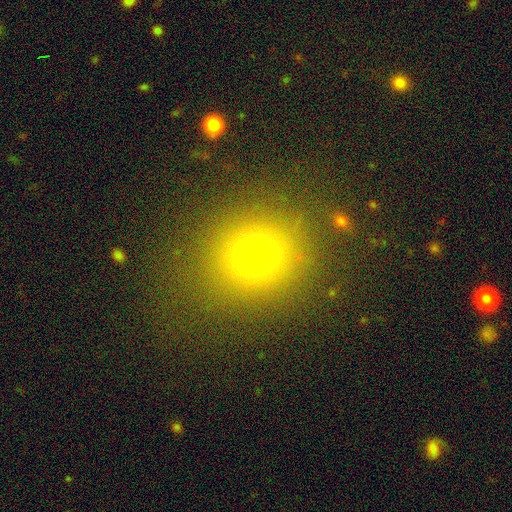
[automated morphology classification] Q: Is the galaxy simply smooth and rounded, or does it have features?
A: smooth — 71%.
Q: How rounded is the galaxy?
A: round — 83%.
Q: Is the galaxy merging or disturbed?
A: none — 79%.